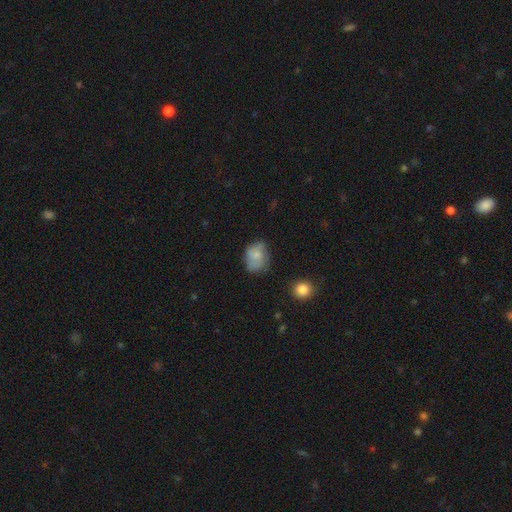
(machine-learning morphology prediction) Overall: smooth (65%; featured or disk 26%). How rounded: in between (56%; round 43%). Merging: none (54%; minor disturbance 31%).